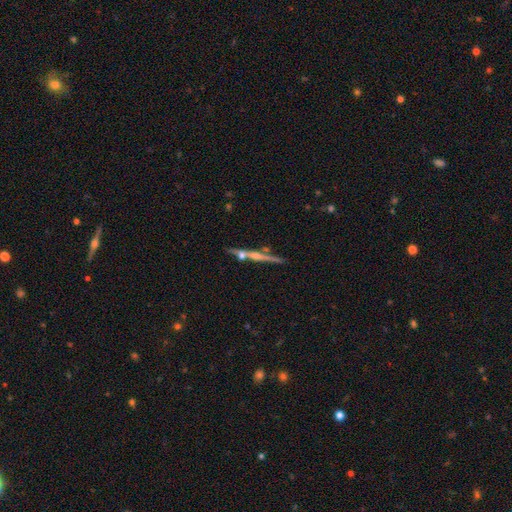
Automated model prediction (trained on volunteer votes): A featured or disk galaxy (70%) viewed edge-on (95%) with a rounded central bulge (62%).

Vote fractions:
- Smooth or featured? featured or disk: 70% / smooth: 20% / star or artifact: 9%
- Edge-on disk? yes: 95% / no: 5%
- Edge-on bulge? rounded: 62% / none: 30% / boxy: 9%
- Merging? none: 73% / merger: 13% / minor disturbance: 10% / major disturbance: 4%